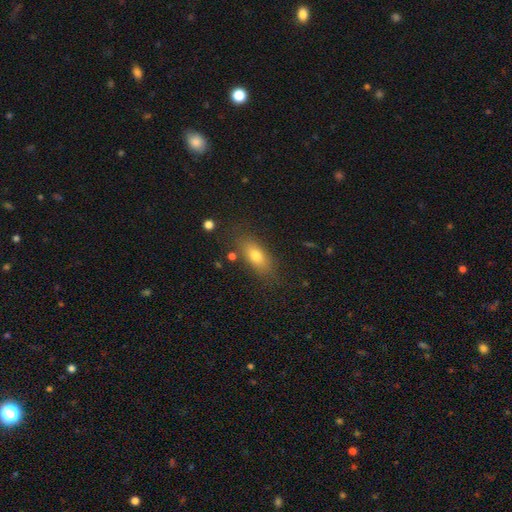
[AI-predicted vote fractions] Smooth or featured: smooth — 71% (featured or disk — 18%)
How rounded: in between — 73% (cigar-shaped — 20%)
Merging: none — 80% (minor disturbance — 13%)